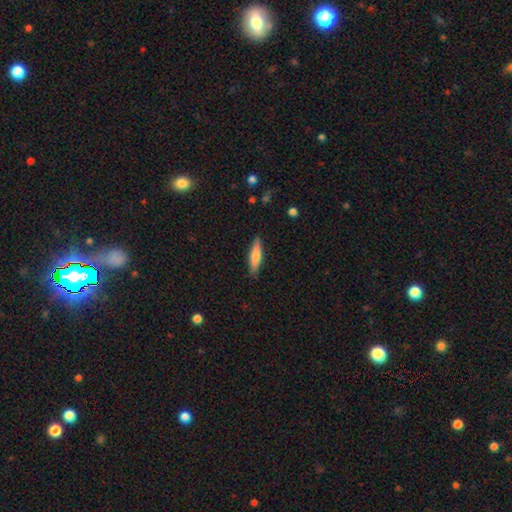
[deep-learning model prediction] Smooth or featured? Predicted: smooth (p=0.71). How rounded? Predicted: cigar-shaped (p=0.74). Merging? Predicted: none (p=0.87).